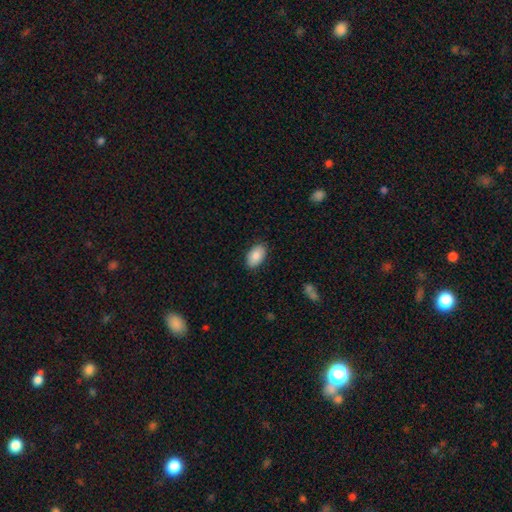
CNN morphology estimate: Overall: smooth (85%). How rounded: in between (92%). Merging: none (87%).